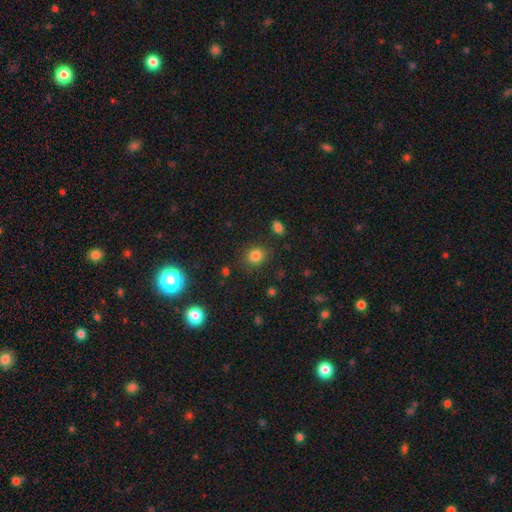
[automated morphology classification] smooth_or_featured: smooth (p=0.81) [alt: star or artifact p=0.13]
how_rounded: round (p=0.71) [alt: in between p=0.28]
merging: none (p=0.83) [alt: minor disturbance p=0.11]